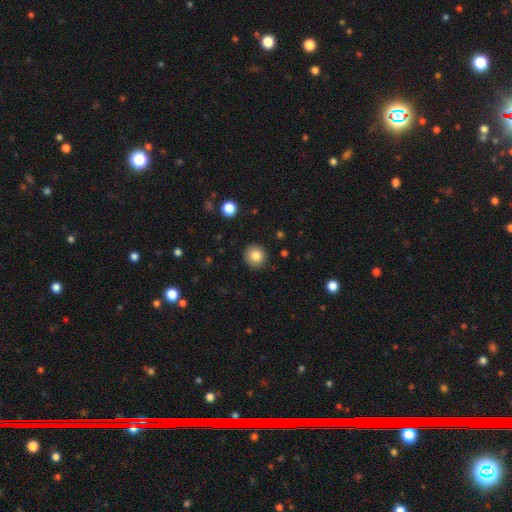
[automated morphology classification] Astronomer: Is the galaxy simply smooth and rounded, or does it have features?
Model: smooth — 82%.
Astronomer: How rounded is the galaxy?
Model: round — 91%.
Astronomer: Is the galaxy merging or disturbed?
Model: none — 91%.